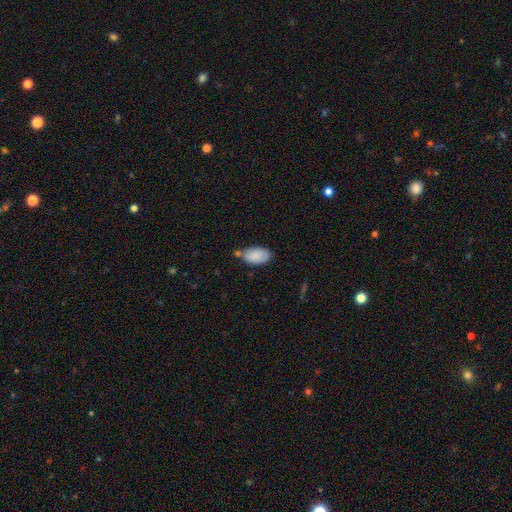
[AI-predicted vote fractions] Smooth or featured? smooth (85%)
How rounded? in between (95%)
Merging? none (61%)